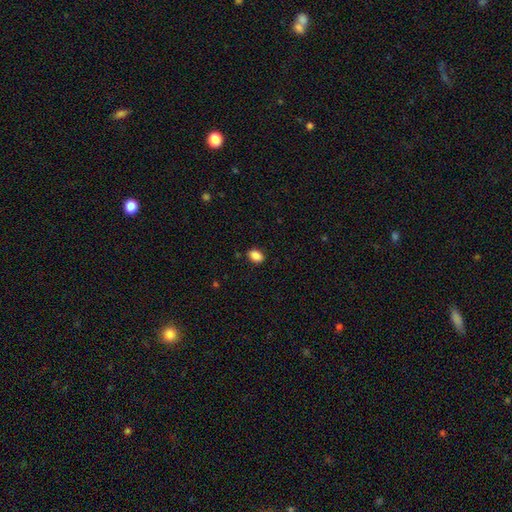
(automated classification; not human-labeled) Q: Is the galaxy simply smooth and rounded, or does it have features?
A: smooth — 88%.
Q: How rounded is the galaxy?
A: in between — 80%.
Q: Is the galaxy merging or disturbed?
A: none — 88%.